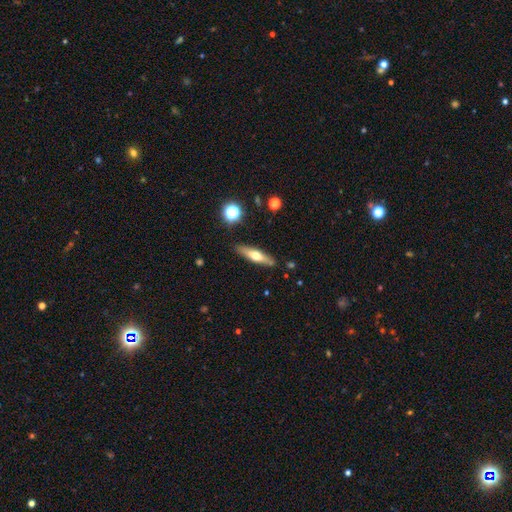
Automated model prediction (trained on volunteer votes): Smooth or featured? smooth (48%)
Merging? none (86%)